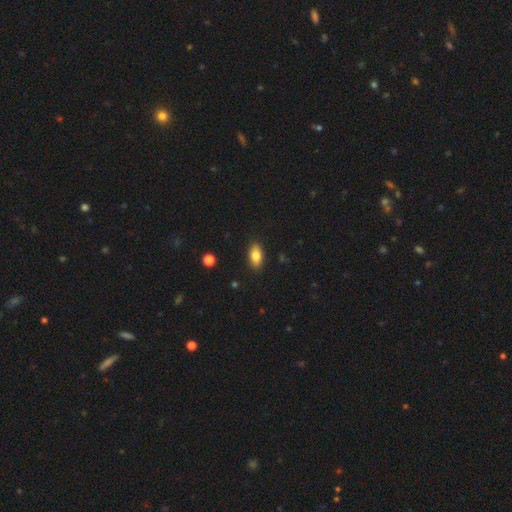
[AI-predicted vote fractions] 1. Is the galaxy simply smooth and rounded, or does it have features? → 82% smooth, 10% featured or disk, 8% star or artifact.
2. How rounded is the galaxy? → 90% in between, 6% cigar-shaped, 4% round.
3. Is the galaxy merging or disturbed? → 88% none, 8% minor disturbance, 2% major disturbance, 1% merger.